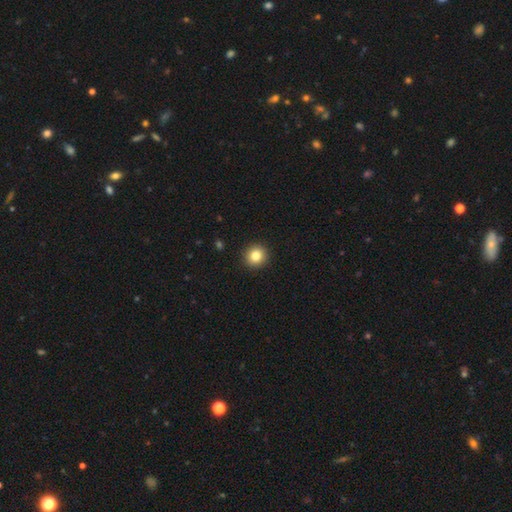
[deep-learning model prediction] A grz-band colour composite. It shows a smooth galaxy with no disk features (83%) that is round (93%). Merging: none (93%).